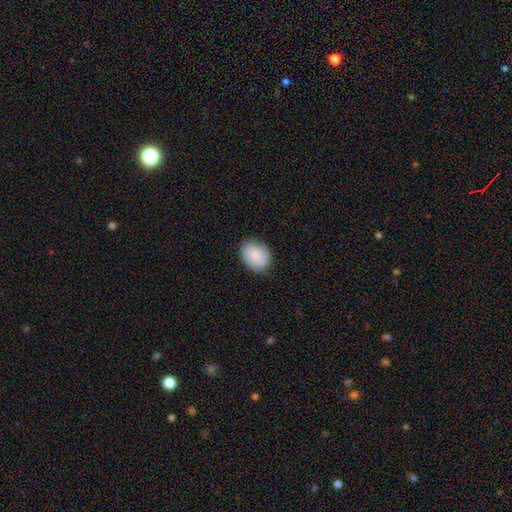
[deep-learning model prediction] The model was most divided on "how rounded": in between: 58%, round: 41%, cigar-shaped: 1%. More confident: smooth or featured — smooth (84%); merging — none (80%).